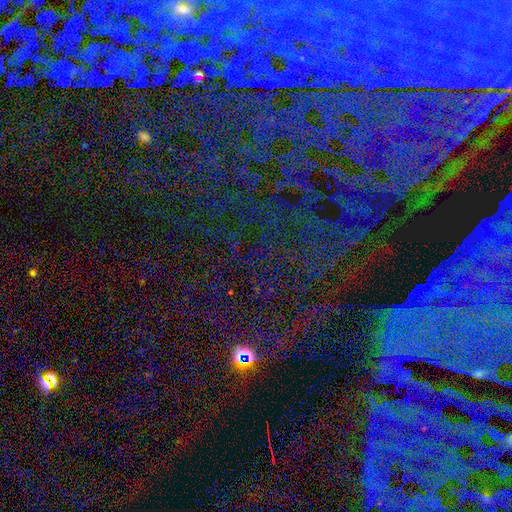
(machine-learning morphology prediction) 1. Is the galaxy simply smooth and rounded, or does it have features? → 80% star or artifact, 12% smooth, 8% featured or disk.